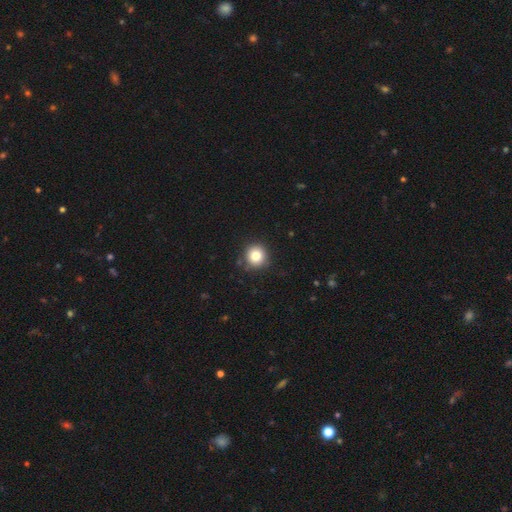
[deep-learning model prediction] smooth_or_featured: smooth (p=0.82) [alt: star or artifact p=0.11]
how_rounded: round (p=0.92) [alt: in between p=0.07]
merging: none (p=0.89) [alt: minor disturbance p=0.08]